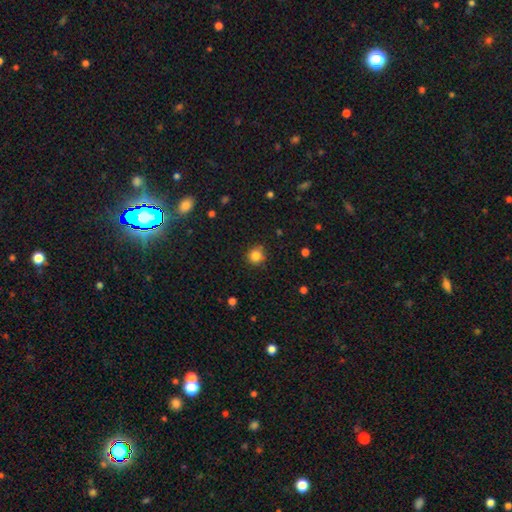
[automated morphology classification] smooth 83%, star or artifact 12%, featured or disk 5%. Down the decision tree: how rounded — round (92%); merging — none (85%).